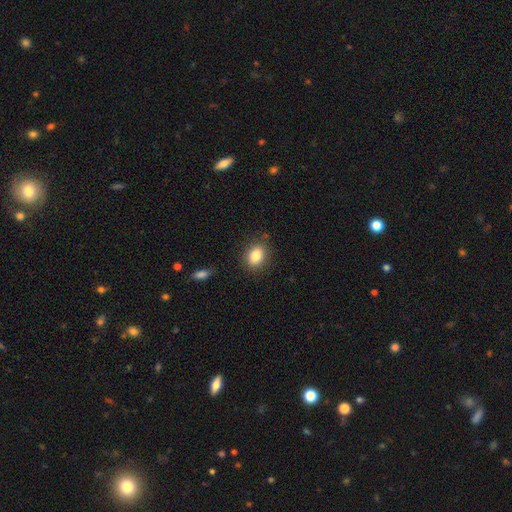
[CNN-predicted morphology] A smooth galaxy with no disk features (84%) that is in between round and cigar-shaped (66%).

Vote fractions:
- Smooth or featured? smooth: 84% / star or artifact: 9% / featured or disk: 7%
- How rounded? in between: 66% / round: 32% / cigar-shaped: 1%
- Merging? none: 84% / minor disturbance: 11% / major disturbance: 3% / merger: 2%